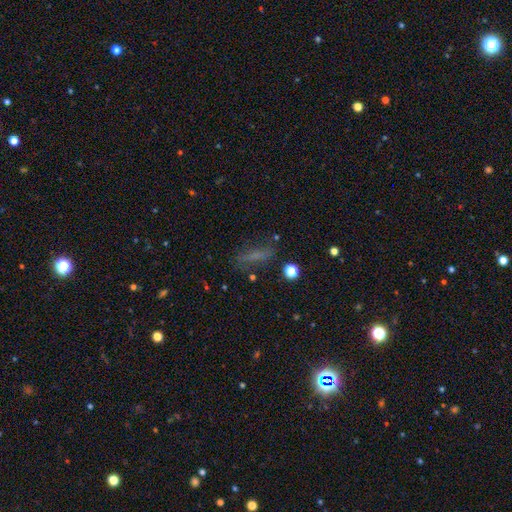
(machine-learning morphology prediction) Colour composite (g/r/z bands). It shows a smooth galaxy with no disk features (56%) that is cigar-shaped (66%). Merging: none (70%).